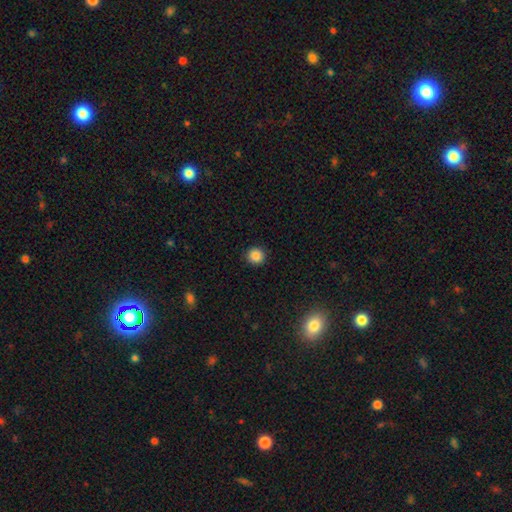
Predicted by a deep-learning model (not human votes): smooth-or-featured: smooth: 87% | star or artifact: 10% | featured or disk: 3%
  how-rounded: round: 94% | in between: 5% | cigar-shaped: 1%
  merging: none: 92% | minor disturbance: 5% | major disturbance: 2% | merger: 1%